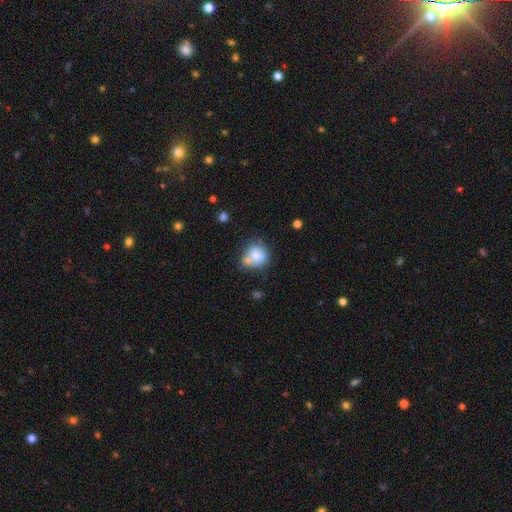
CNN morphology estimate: This is likely a smooth galaxy (76%). How rounded: likely round (75%). Merging: marginally none (44%).